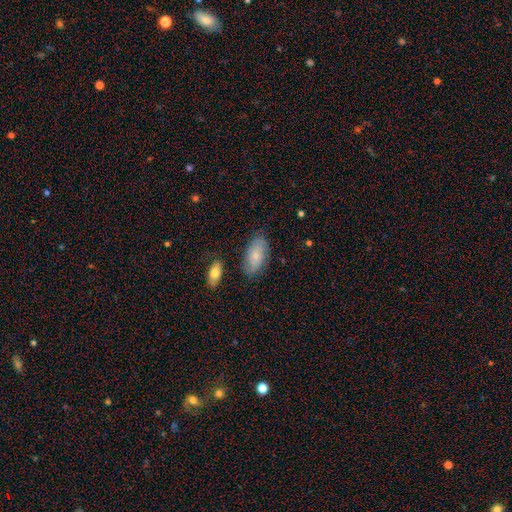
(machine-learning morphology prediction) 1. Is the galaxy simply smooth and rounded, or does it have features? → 70% smooth, 24% featured or disk, 7% star or artifact.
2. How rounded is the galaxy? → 93% in between, 4% cigar-shaped, 3% round.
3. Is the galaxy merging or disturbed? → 78% none, 16% minor disturbance, 4% major disturbance, 3% merger.